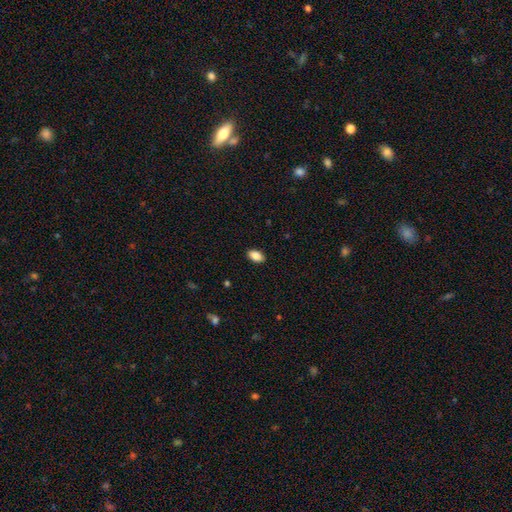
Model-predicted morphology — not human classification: This appears to be a smooth galaxy with no disk features (87%) that is in between round and cigar-shaped (91%). Merging: none (89%).